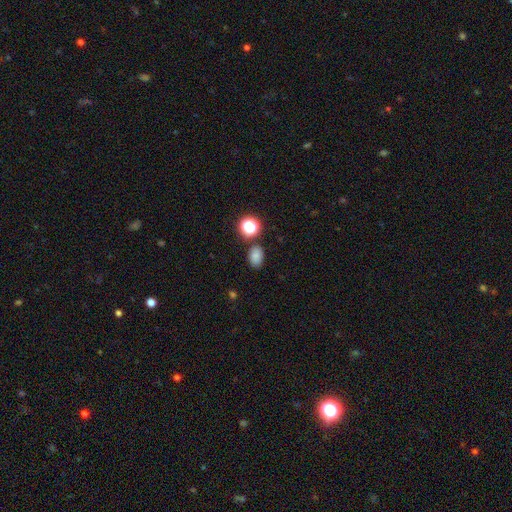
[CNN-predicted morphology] Smooth or featured: smooth — 78% (star or artifact — 16%)
How rounded: in between — 74% (round — 25%)
Merging: none — 78% (minor disturbance — 12%)